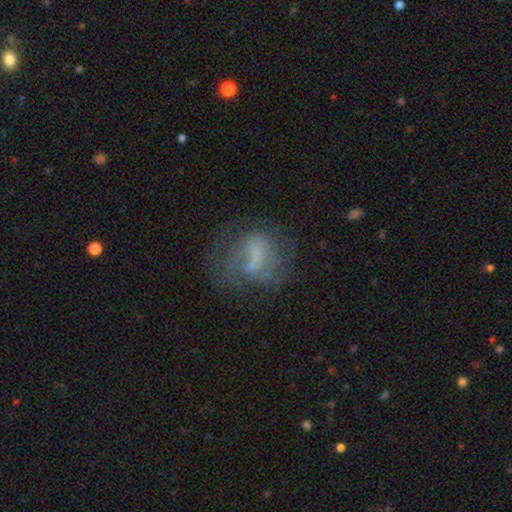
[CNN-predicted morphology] A featured or disk galaxy (48%).

Vote fractions:
- Smooth or featured? featured or disk: 48% / smooth: 37% / star or artifact: 14%
- Merging? none: 46% / major disturbance: 26% / minor disturbance: 21% / merger: 7%